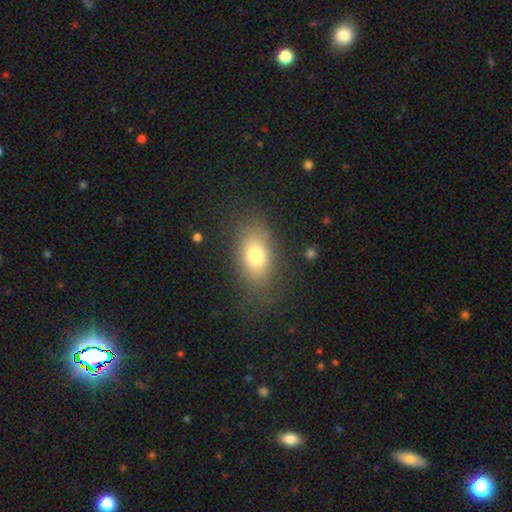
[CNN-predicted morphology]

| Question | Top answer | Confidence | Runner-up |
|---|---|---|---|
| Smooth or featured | smooth | 75% | featured or disk (14%) |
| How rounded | in between | 83% | round (14%) |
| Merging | none | 77% | minor disturbance (14%) |